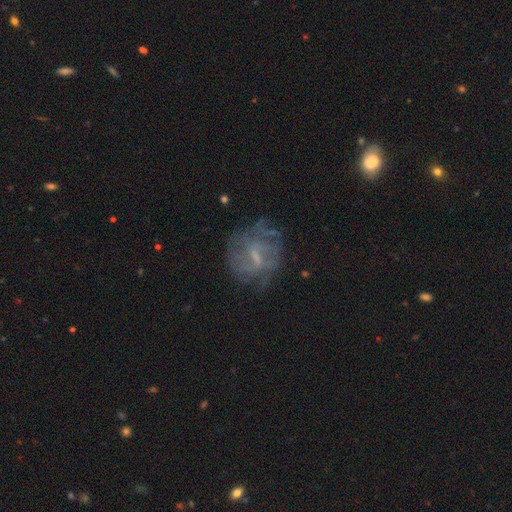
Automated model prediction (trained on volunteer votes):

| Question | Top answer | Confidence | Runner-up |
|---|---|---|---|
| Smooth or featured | featured or disk | 65% | smooth (22%) |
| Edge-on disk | no | 96% | yes (4%) |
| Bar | weak | 55% | no (29%) |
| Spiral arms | yes | 63% | no (37%) |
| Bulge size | small | 50% | none (24%) |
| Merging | none | 63% | minor disturbance (19%) |